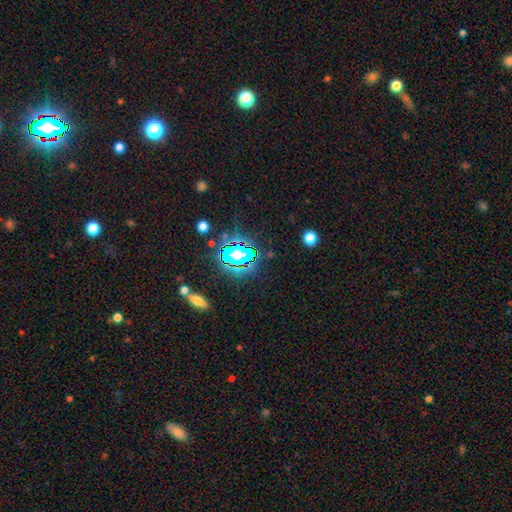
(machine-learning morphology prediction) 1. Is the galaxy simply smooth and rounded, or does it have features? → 81% star or artifact, 11% smooth, 8% featured or disk.